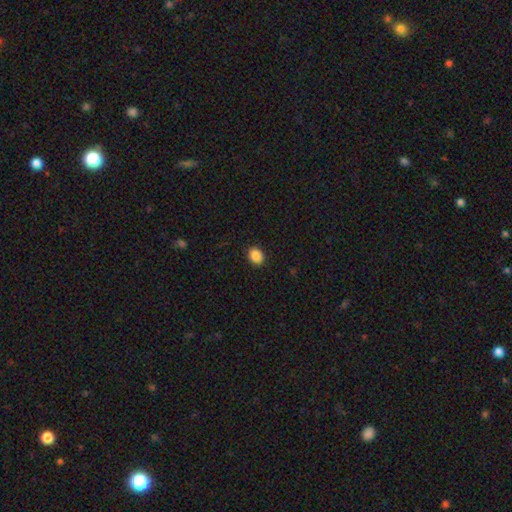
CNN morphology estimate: Overall: smooth (88%). How rounded: in between (50%; round 49%). Merging: none (90%).